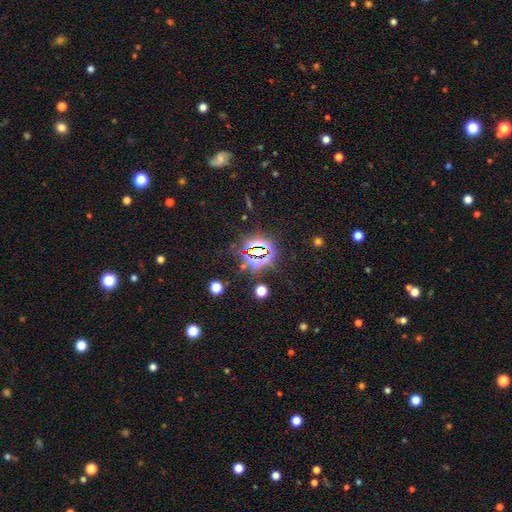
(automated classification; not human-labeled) Morphology: type=star or artifact (75%).